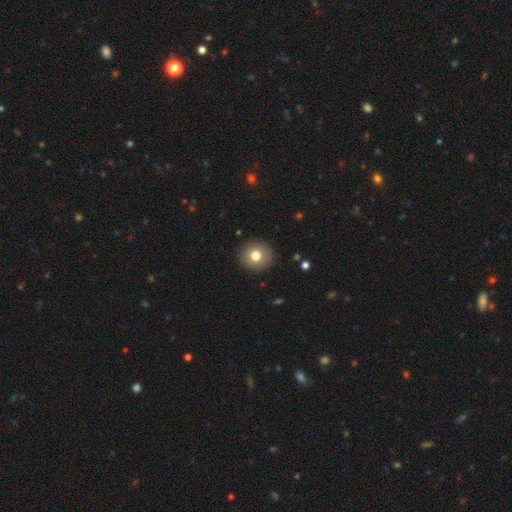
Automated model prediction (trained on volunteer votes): smooth-or-featured: smooth: 78% | featured or disk: 12% | star or artifact: 10%
  how-rounded: round: 92% | in between: 7% | cigar-shaped: 1%
  merging: none: 92% | minor disturbance: 5% | major disturbance: 2% | merger: 1%